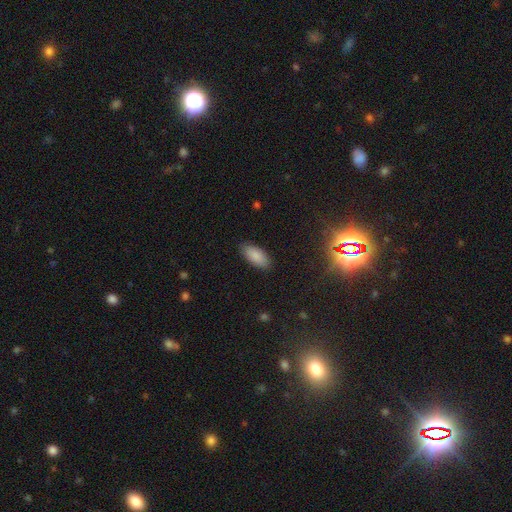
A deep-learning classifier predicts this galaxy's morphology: Smooth or featured: smooth — 87% (star or artifact — 7%)
How rounded: in between — 90% (cigar-shaped — 8%)
Merging: none — 86% (minor disturbance — 11%)